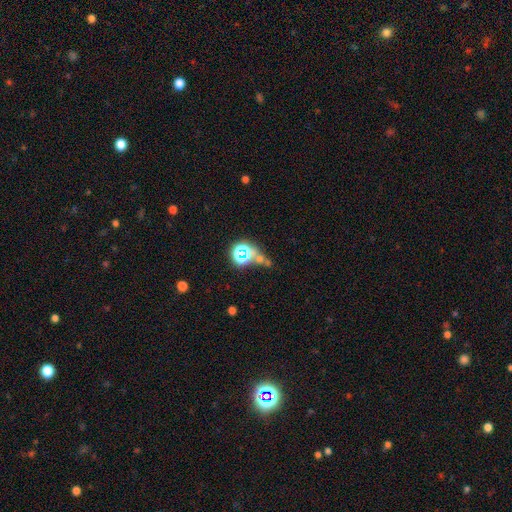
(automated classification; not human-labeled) star or artifact 56%, smooth 31%, featured or disk 13%.